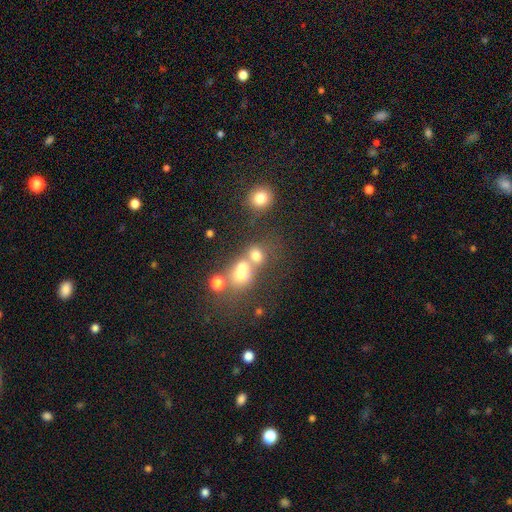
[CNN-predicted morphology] type=smooth (67%); roundness=round (70%); merging=merger (48%).